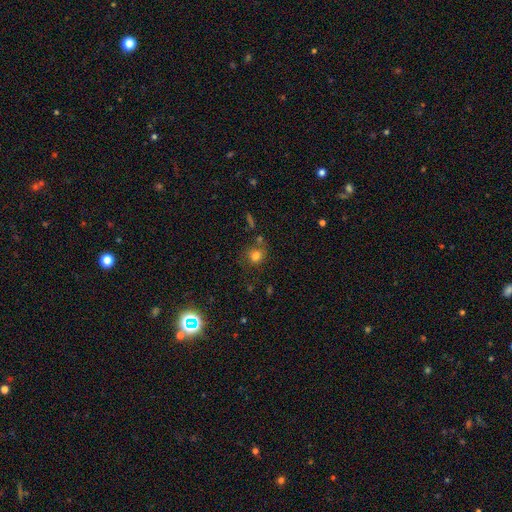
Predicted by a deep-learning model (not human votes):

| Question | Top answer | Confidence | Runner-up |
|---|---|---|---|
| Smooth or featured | smooth | 78% | star or artifact (14%) |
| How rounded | round | 75% | in between (23%) |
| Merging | none | 66% | minor disturbance (16%) |